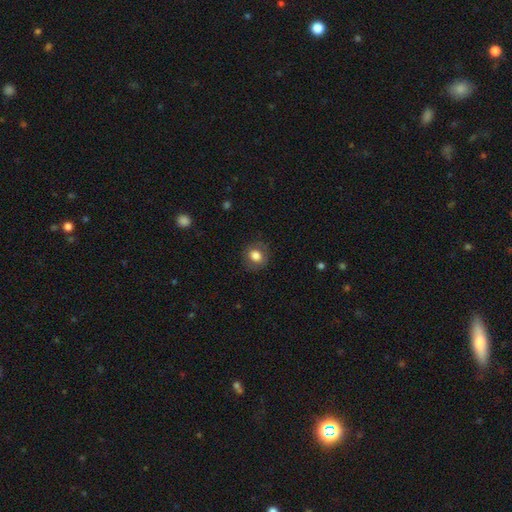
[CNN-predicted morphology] Smooth or featured? Predicted: smooth (p=0.79). How rounded? Predicted: round (p=0.73). Merging? Predicted: none (p=0.82).